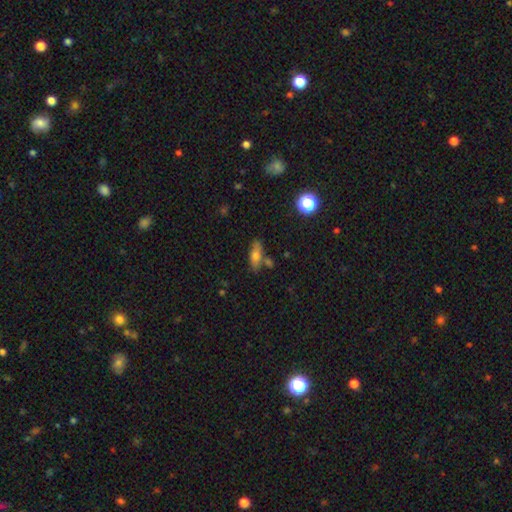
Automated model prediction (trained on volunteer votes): Morphology: type=smooth (65%); roundness=in between (62%); merging=none (69%).